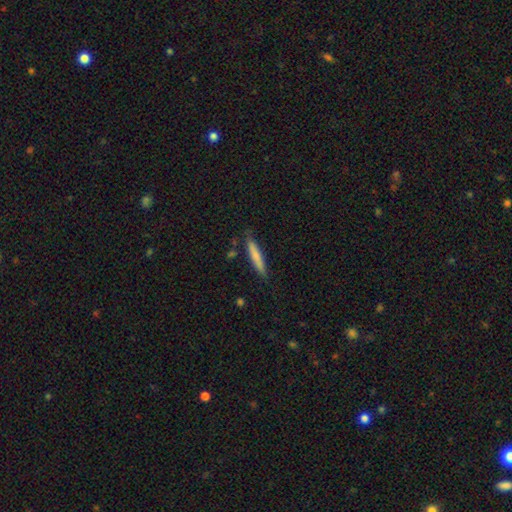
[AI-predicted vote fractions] This appears to be a smooth galaxy with no disk features (75%) that is cigar-shaped (92%). Merging: none (83%).